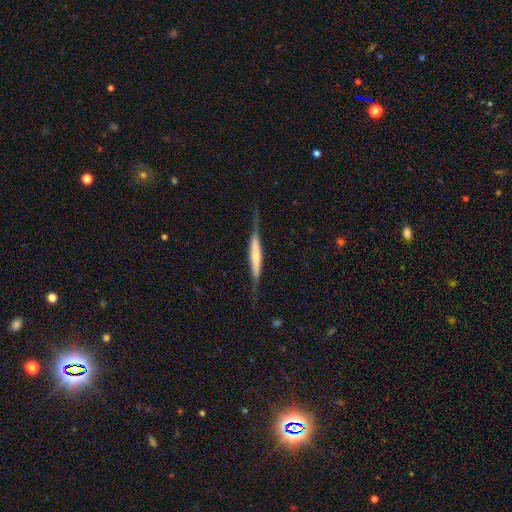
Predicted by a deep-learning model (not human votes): smooth-or-featured: featured or disk: 57% | smooth: 38% | star or artifact: 6%
  disk-edge-on: yes: 92% | no: 8%
    edge-on-bulge: none: 38% (tied) | rounded: 38% (tied) | boxy: 25%
  merging: none: 70% | minor disturbance: 21% | major disturbance: 7% | merger: 2%